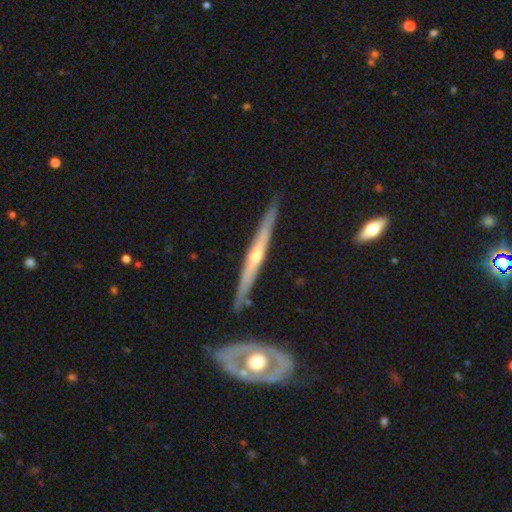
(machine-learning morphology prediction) The model was most divided on "smooth or featured": featured or disk: 76%, smooth: 18%, star or artifact: 5%. More confident: edge-on disk — yes (96%); merging — none (85%); edge-on bulge — rounded (78%).